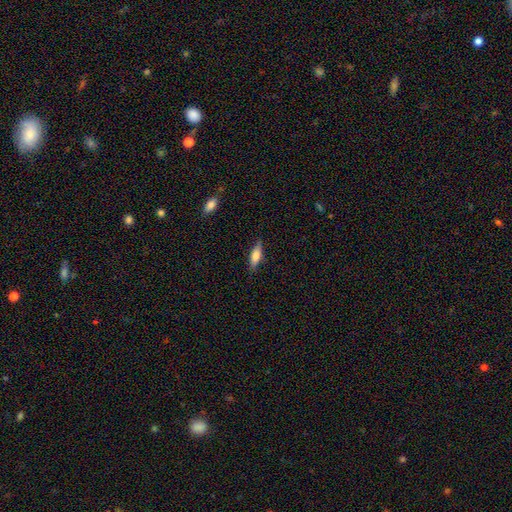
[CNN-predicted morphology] Overall: smooth (70%). How rounded: in between (51%; cigar-shaped 47%). Merging: none (82%).